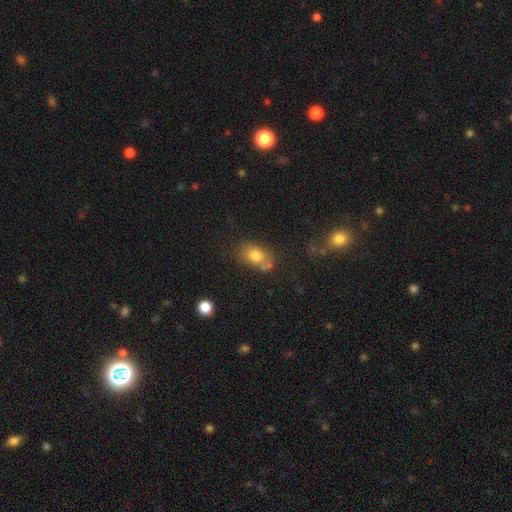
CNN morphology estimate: The model was most divided on "how rounded": in between: 64%, round: 35%, cigar-shaped: 1%. More confident: smooth or featured — smooth (77%); merging — none (57%).